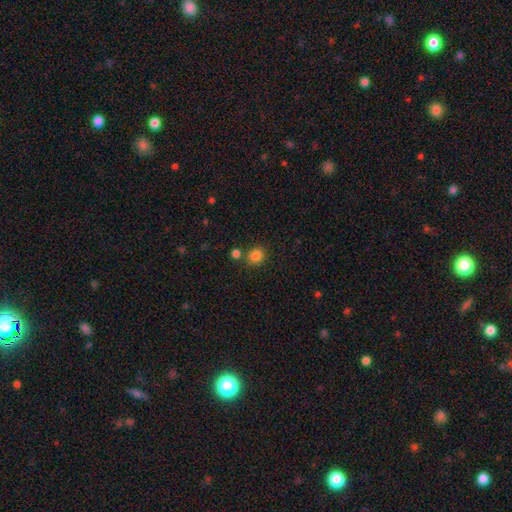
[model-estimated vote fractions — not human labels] smooth-or-featured: smooth: 84% | star or artifact: 12% | featured or disk: 4%
  how-rounded: round: 84% | in between: 15% | cigar-shaped: 1%
  merging: none: 76% | merger: 12% | minor disturbance: 9% | major disturbance: 3%